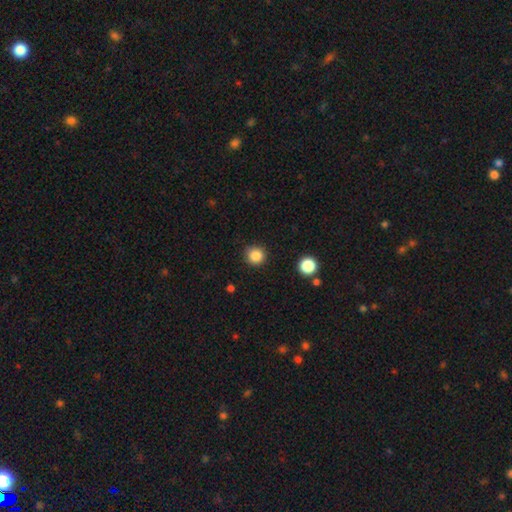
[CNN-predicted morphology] Smooth or featured: smooth — 85% (star or artifact — 11%)
How rounded: round — 94% (in between — 5%)
Merging: none — 89% (minor disturbance — 7%)